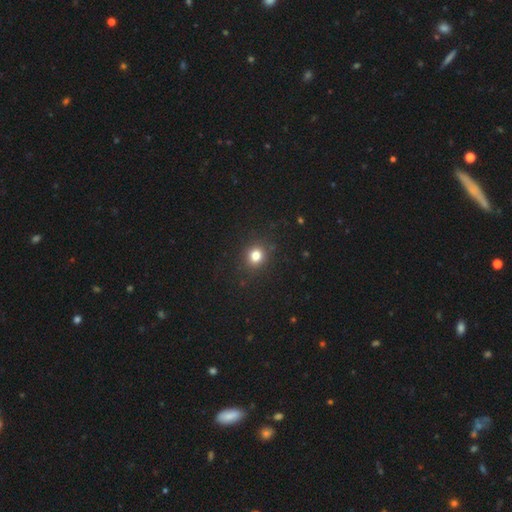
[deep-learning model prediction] Q: Smooth or featured?
A: smooth (80%); runner-up: star or artifact (14%)
Q: How rounded?
A: round (78%); runner-up: in between (21%)
Q: Merging?
A: none (88%); runner-up: minor disturbance (8%)